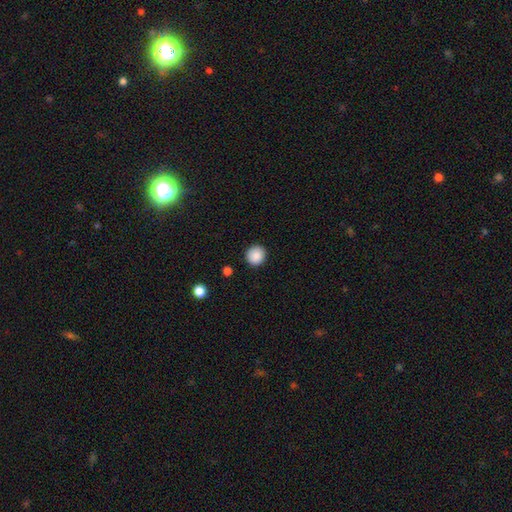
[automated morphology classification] type=smooth (88%); roundness=round (91%); merging=none (91%).